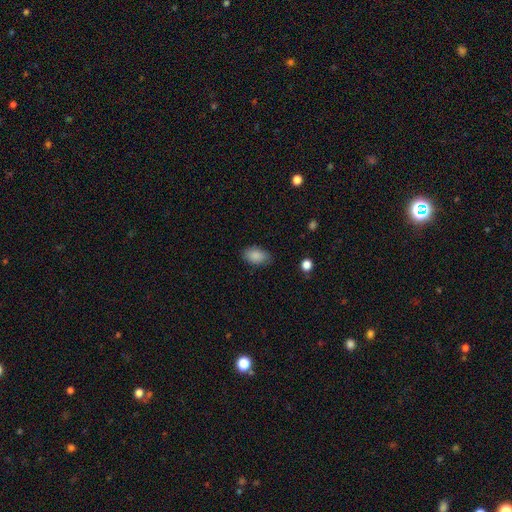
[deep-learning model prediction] This is clearly a smooth galaxy (88%). How rounded: clearly in between (90%). Merging: likely none (80%).